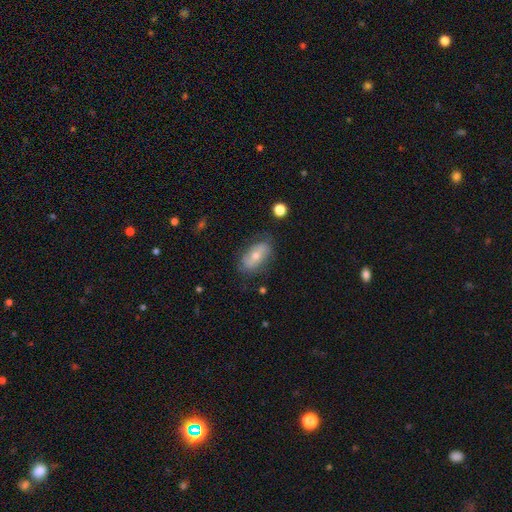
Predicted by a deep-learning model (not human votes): Q: Smooth or featured?
A: smooth (55%); runner-up: featured or disk (37%)
Q: How rounded?
A: in between (90%); runner-up: round (6%)
Q: Merging?
A: none (71%); runner-up: minor disturbance (21%)